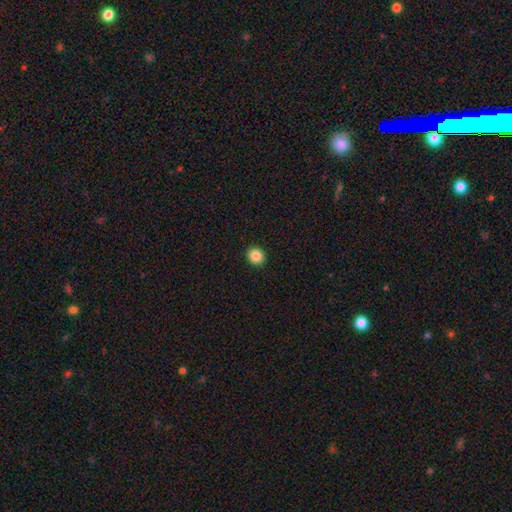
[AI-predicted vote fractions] This appears to be a smooth galaxy with no disk features (86%) that is round (81%). Merging: none (93%).